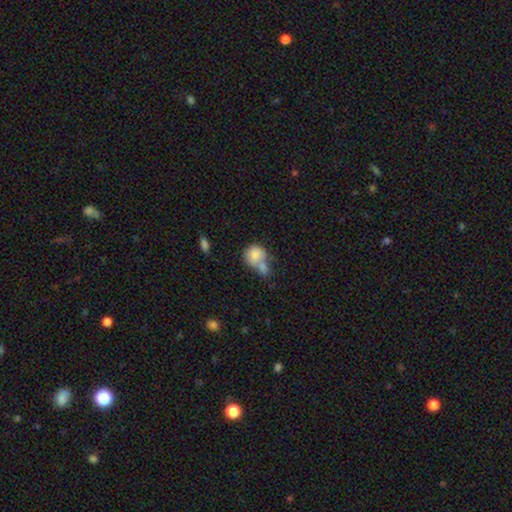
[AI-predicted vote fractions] smooth_or_featured: smooth (p=0.81) [alt: featured or disk p=0.12]
how_rounded: round (p=0.68) [alt: in between p=0.31]
merging: merger (p=0.56) [alt: none p=0.26]